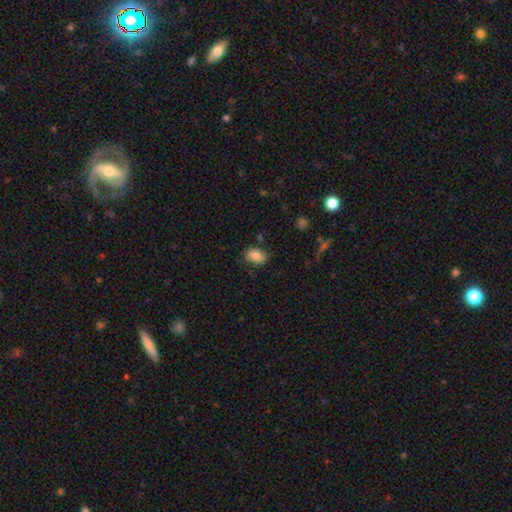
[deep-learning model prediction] Smooth or featured? Predicted: smooth (p=0.83). How rounded? Predicted: in between (p=0.82). Merging? Predicted: none (p=0.78).